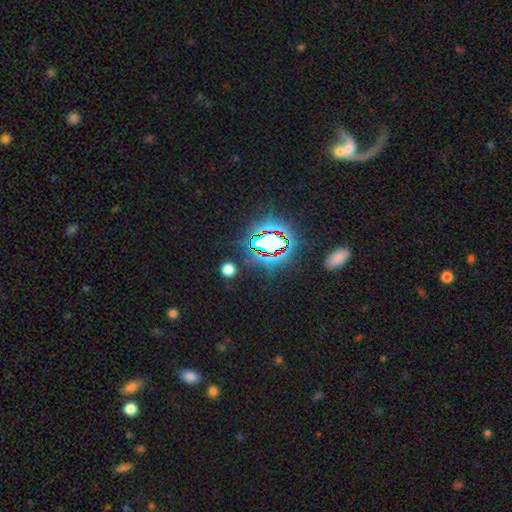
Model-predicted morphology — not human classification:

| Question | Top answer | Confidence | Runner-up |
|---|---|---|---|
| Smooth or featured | star or artifact | 73% | smooth (14%) |